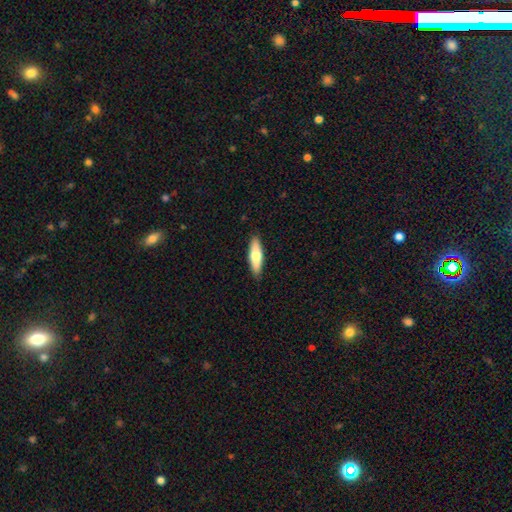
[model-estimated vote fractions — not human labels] smooth-or-featured: smooth: 64% | featured or disk: 31% | star or artifact: 5%
  how-rounded: cigar-shaped: 55% | in between: 43% | round: 2%
  merging: none: 89% | minor disturbance: 8% | major disturbance: 2% | merger: 1%